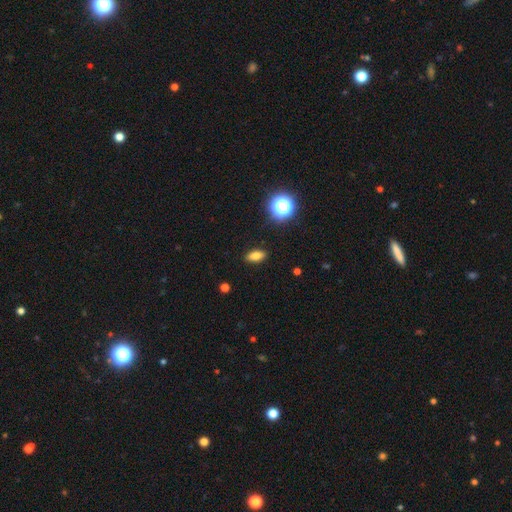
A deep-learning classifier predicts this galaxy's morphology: Smooth or featured: smooth — 78% (star or artifact — 13%)
How rounded: in between — 78% (cigar-shaped — 14%)
Merging: none — 89% (minor disturbance — 7%)